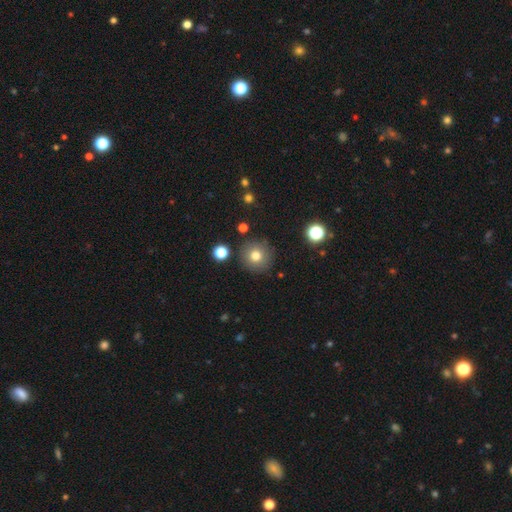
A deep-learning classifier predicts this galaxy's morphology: smooth-or-featured: smooth: 77% | star or artifact: 12% | featured or disk: 11%
  how-rounded: round: 94% | in between: 5% | cigar-shaped: 1%
  merging: none: 87% | minor disturbance: 8% | major disturbance: 3% | merger: 2%